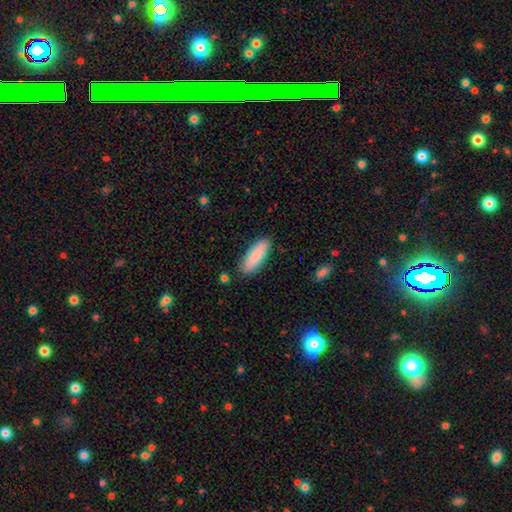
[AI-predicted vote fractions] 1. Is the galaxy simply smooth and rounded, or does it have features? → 88% smooth, 6% featured or disk, 6% star or artifact.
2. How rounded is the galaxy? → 60% in between, 38% cigar-shaped, 2% round.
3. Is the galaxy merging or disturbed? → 88% none, 9% minor disturbance, 2% major disturbance, 2% merger.